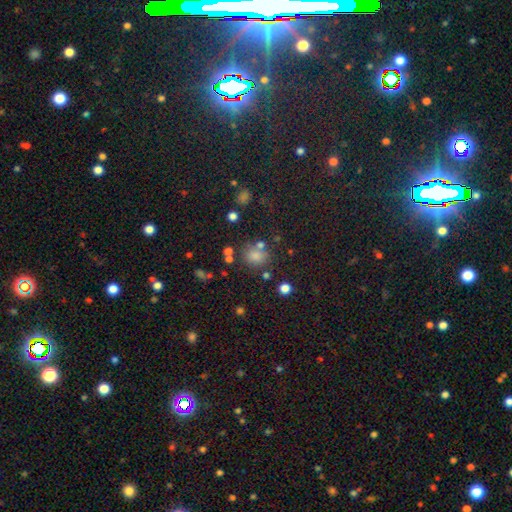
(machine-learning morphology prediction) Smooth or featured? Predicted: smooth (p=0.74). How rounded? Predicted: round (p=0.73). Merging? Predicted: none (p=0.67).